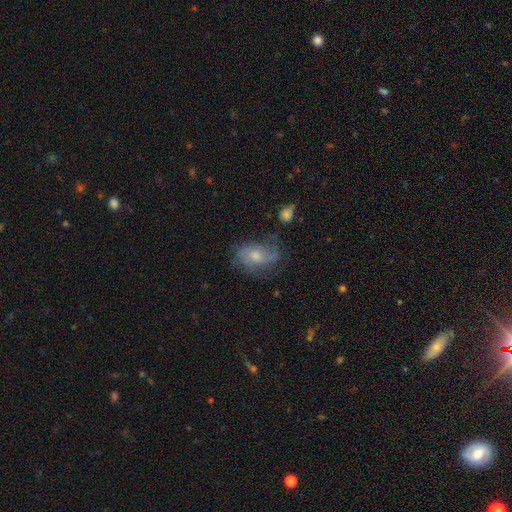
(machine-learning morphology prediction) The model was most divided on "smooth or featured": featured or disk: 50%, smooth: 40%, star or artifact: 10%. More confident: edge-on disk — no (95%); merging — none (51%).